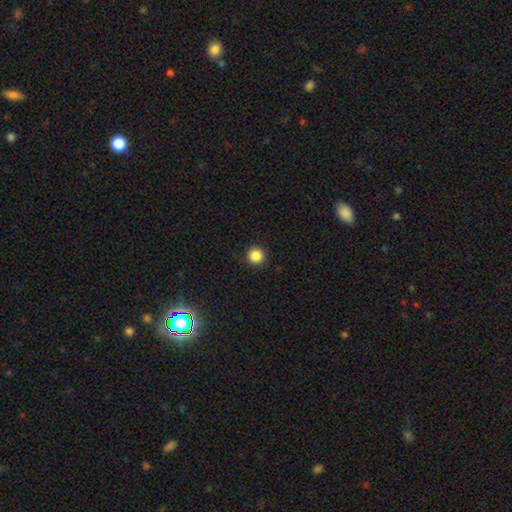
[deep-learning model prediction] Smooth or featured?
  - smooth: 86% *
  - star or artifact: 11%
  - featured or disk: 3%
How rounded?
  - round: 96% *
  - in between: 3%
  - cigar-shaped: 1%
Merging?
  - none: 92% *
  - minor disturbance: 5%
  - major disturbance: 2%
  - merger: 1%